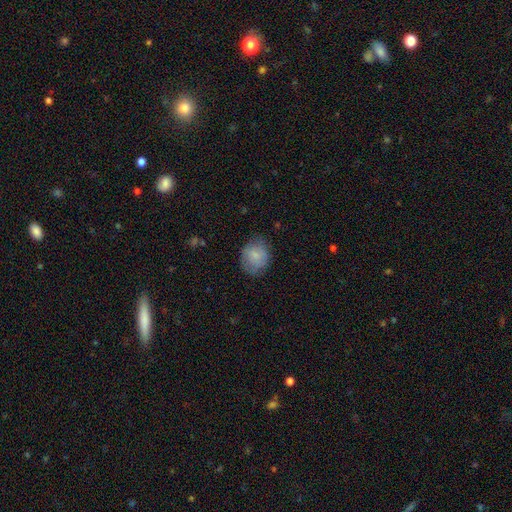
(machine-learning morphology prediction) Smooth or featured? Predicted: smooth (p=0.79). How rounded? Predicted: round (p=0.62). Merging? Predicted: none (p=0.69).